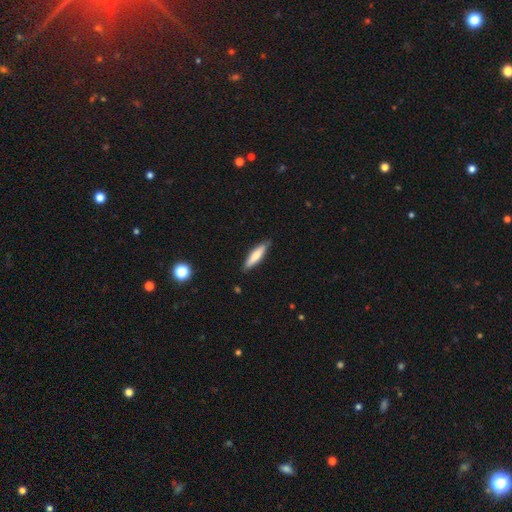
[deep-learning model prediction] This is likely a smooth galaxy (72%). How rounded: likely cigar-shaped (73%). Merging: clearly none (84%).